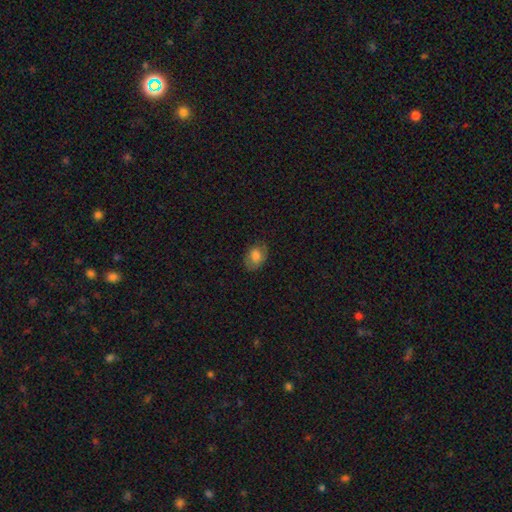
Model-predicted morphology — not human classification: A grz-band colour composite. It shows a smooth galaxy with no disk features (76%) that is in between round and cigar-shaped (76%). Merging: none (73%).